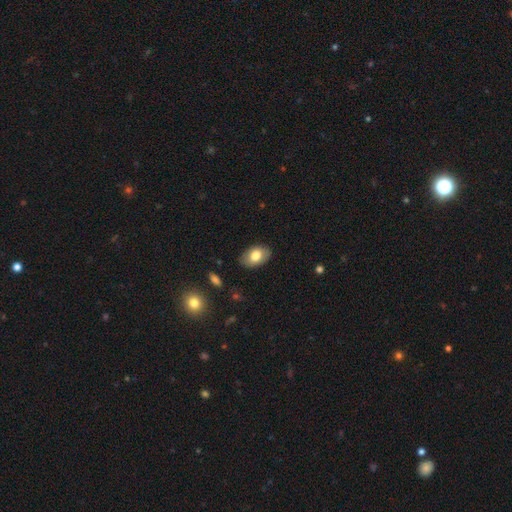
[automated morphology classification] A smooth galaxy with no disk features (77%) that is in between round and cigar-shaped (89%). Merging: none (85%).